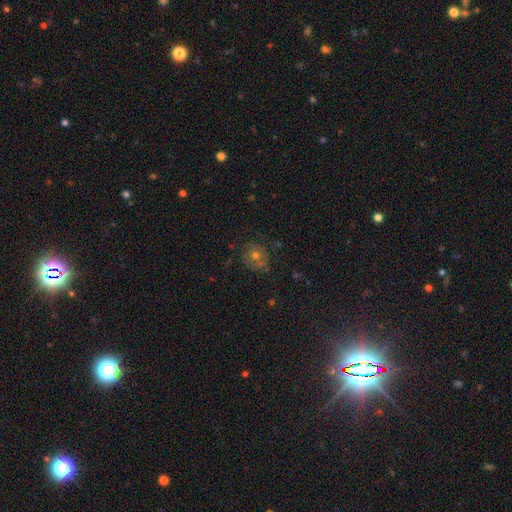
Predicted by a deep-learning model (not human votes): The model was most divided on "smooth or featured": smooth: 45%, featured or disk: 34%, star or artifact: 21%. More confident: merging — none (74%).